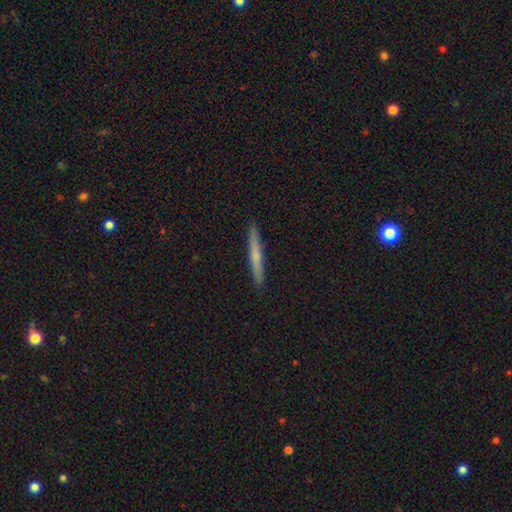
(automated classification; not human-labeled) Smooth or featured? Predicted: smooth (p=0.52). How rounded? Predicted: cigar-shaped (p=0.96). Merging? Predicted: none (p=0.92).